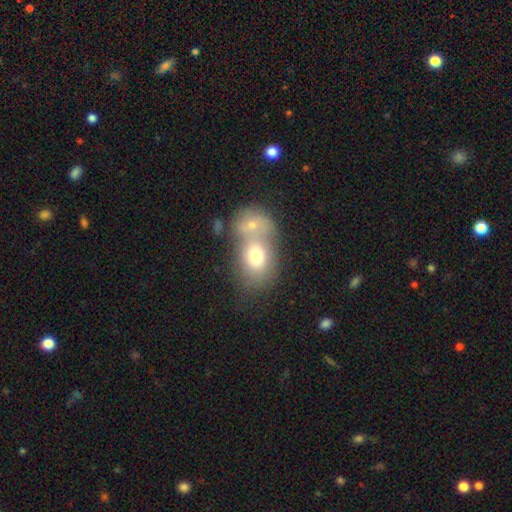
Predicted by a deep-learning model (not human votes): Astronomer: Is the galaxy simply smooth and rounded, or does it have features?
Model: smooth — 71%.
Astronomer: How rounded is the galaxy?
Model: in between — 62%.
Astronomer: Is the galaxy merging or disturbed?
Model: merger — 60%.